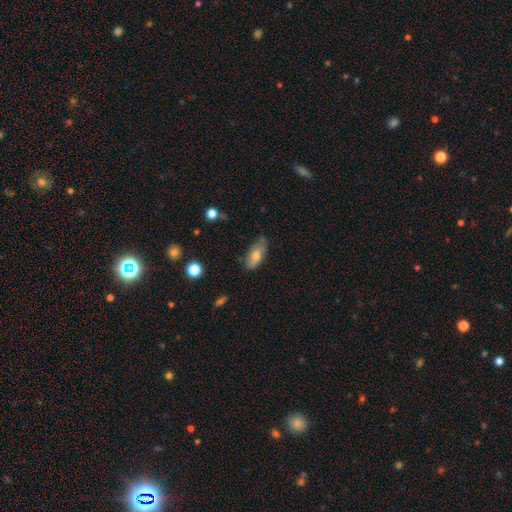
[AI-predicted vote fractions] Overall: smooth (67%). How rounded: in between (82%). Merging: none (72%).